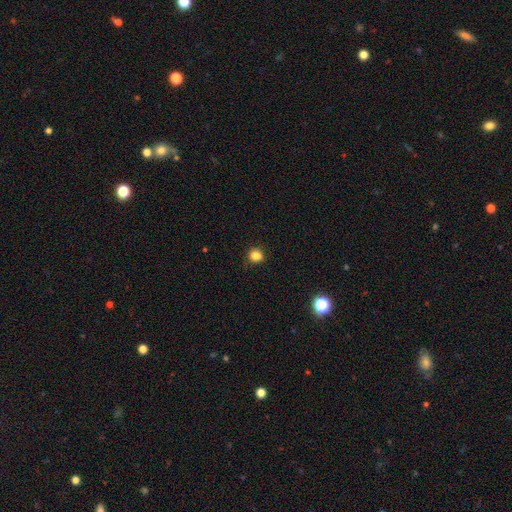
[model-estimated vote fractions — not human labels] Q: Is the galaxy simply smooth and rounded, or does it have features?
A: smooth — 83%.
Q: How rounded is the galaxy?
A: round — 75%.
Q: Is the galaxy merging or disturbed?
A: none — 79%.